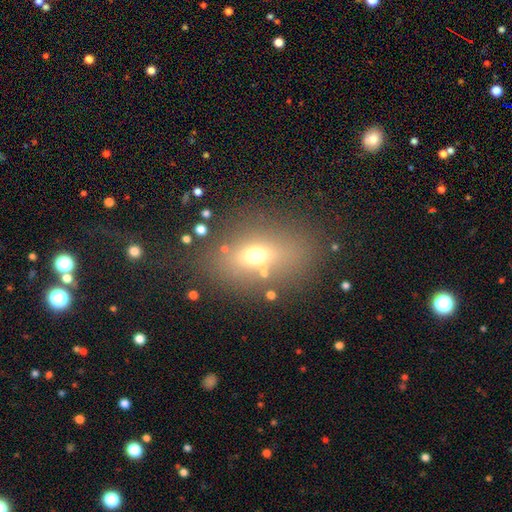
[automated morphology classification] type=smooth (59%); roundness=in between (67%); merging=none (72%).